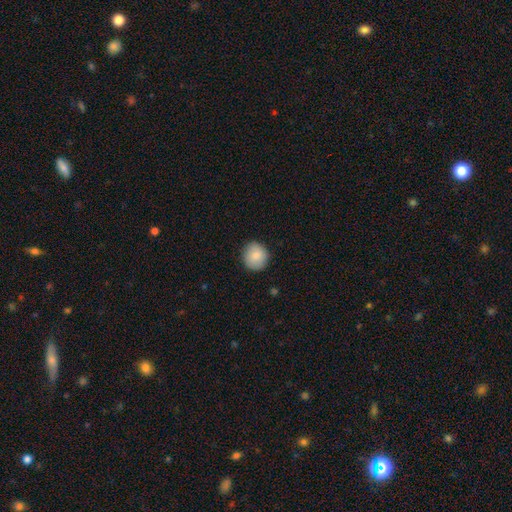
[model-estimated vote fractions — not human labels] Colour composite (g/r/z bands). It shows a smooth galaxy with no disk features (84%) that is round (86%). Merging: none (86%).